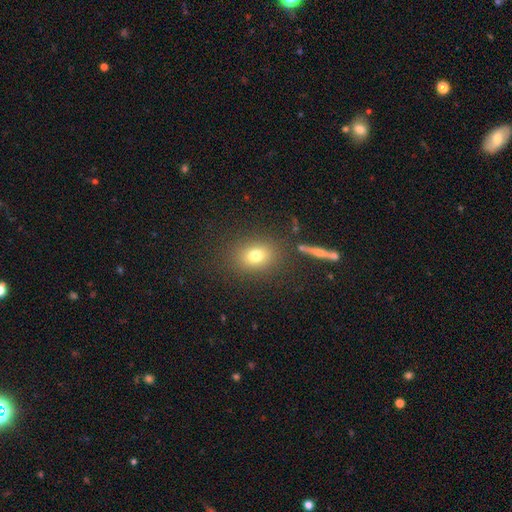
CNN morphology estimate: A smooth galaxy with no disk features (75%) that is in between round and cigar-shaped (50%).

Vote fractions:
- Smooth or featured? smooth: 75% / star or artifact: 13% / featured or disk: 12%
- How rounded? in between: 50% / round: 47% / cigar-shaped: 2%
- Merging? none: 80% / minor disturbance: 10% / merger: 5% / major disturbance: 5%